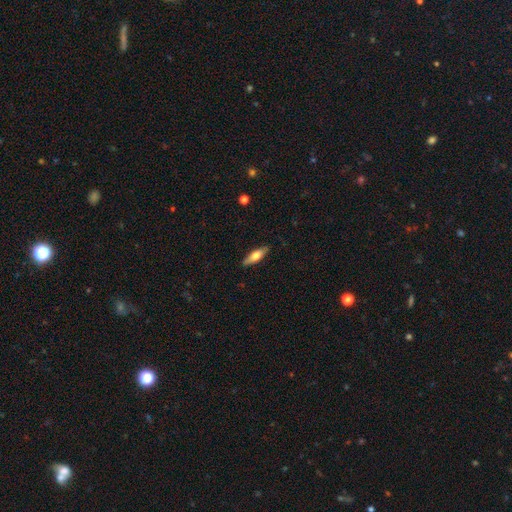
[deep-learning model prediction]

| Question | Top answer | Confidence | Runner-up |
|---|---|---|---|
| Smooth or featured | smooth | 61% | featured or disk (33%) |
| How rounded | cigar-shaped | 53% | in between (45%) |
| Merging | none | 88% | minor disturbance (9%) |